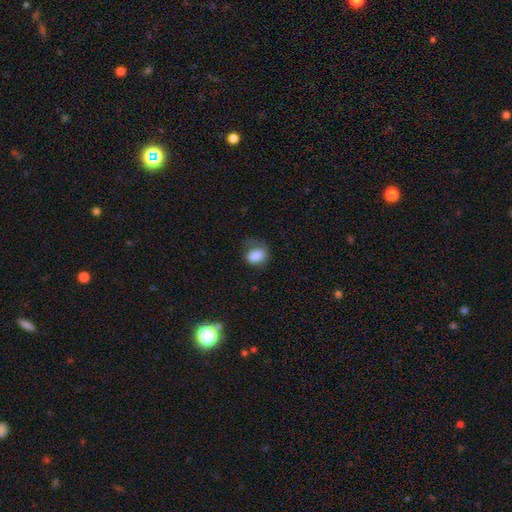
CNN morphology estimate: A smooth galaxy with no disk features (82%) that is in between round and cigar-shaped (57%).

Vote fractions:
- Smooth or featured? smooth: 82% / featured or disk: 10% / star or artifact: 8%
- How rounded? in between: 57% / round: 42% / cigar-shaped: 1%
- Merging? none: 45% / minor disturbance: 29% / major disturbance: 24% / merger: 2%